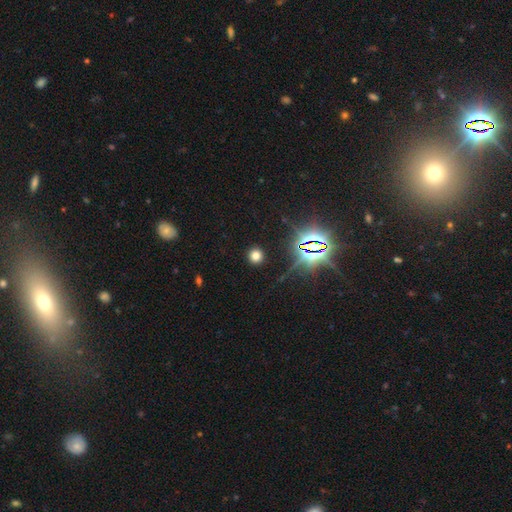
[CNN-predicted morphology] Smooth or featured?
  - smooth: 68% *
  - star or artifact: 25%
  - featured or disk: 7%
How rounded?
  - round: 90% *
  - in between: 9%
  - cigar-shaped: 1%
Merging?
  - none: 91% *
  - minor disturbance: 5%
  - major disturbance: 3%
  - merger: 2%